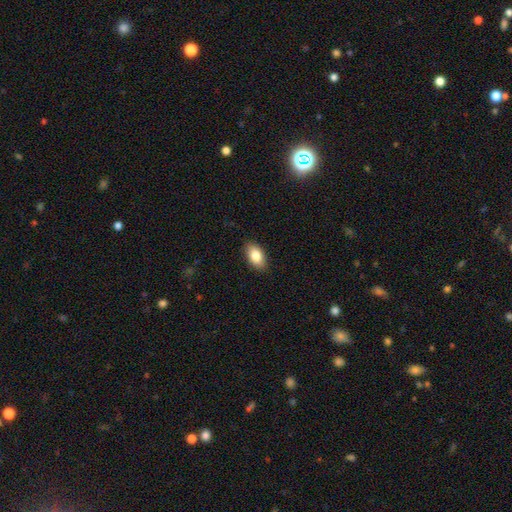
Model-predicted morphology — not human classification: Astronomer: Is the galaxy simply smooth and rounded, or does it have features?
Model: smooth — 84%.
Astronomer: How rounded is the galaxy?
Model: in between — 93%.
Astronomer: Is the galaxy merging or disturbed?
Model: none — 89%.